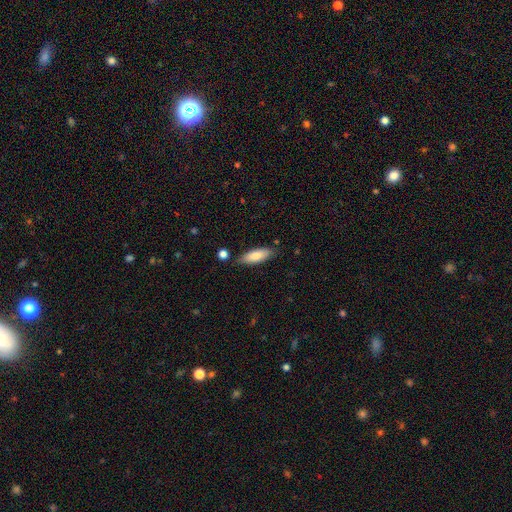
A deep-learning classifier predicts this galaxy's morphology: The model was most divided on "how rounded": in between: 61%, cigar-shaped: 37%, round: 2%. More confident: merging — none (80%); smooth or featured — smooth (78%).